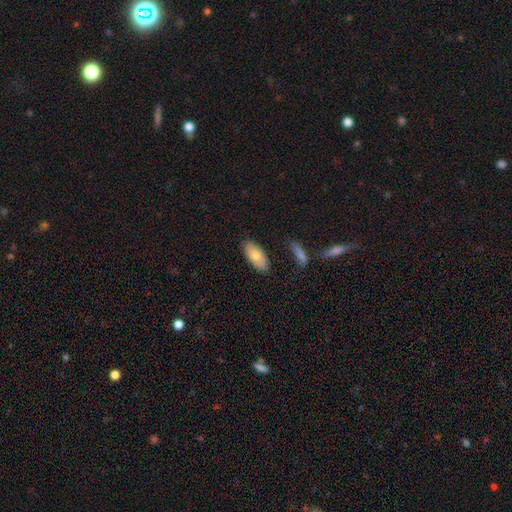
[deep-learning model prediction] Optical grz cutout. It shows a smooth galaxy with no disk features (78%) that is in between round and cigar-shaped (90%). Merging: none (82%).